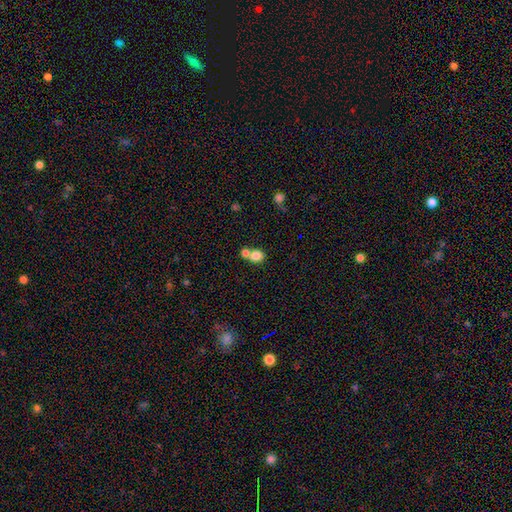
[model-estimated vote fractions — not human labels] Smooth or featured: smooth — 81% (star or artifact — 10%)
How rounded: round — 70% (in between — 29%)
Merging: merger — 50% (none — 40%)